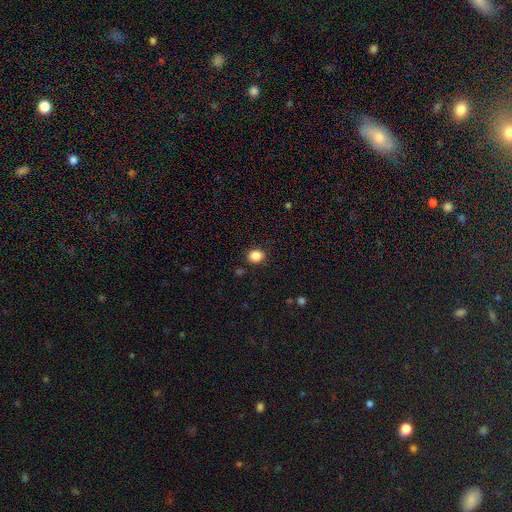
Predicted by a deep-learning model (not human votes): Smooth or featured: smooth — 86% (star or artifact — 10%)
How rounded: round — 71% (in between — 28%)
Merging: none — 89% (minor disturbance — 7%)